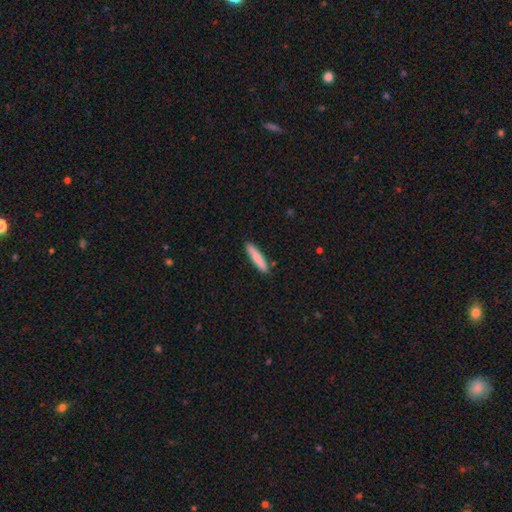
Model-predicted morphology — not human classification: Smooth or featured? smooth (81%)
How rounded? cigar-shaped (90%)
Merging? none (88%)